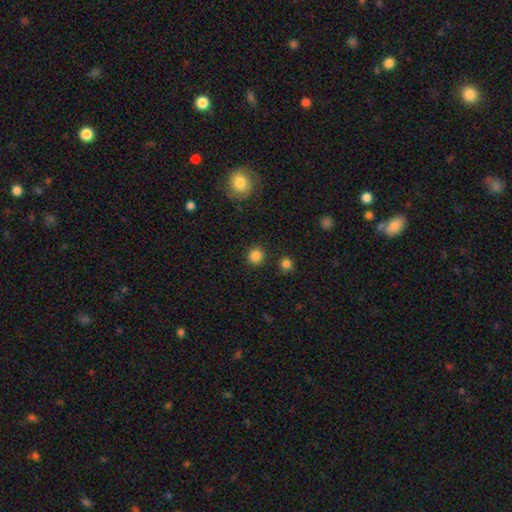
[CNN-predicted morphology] This appears to be a smooth galaxy with no disk features (85%) that is round (89%). Merging: none (88%).